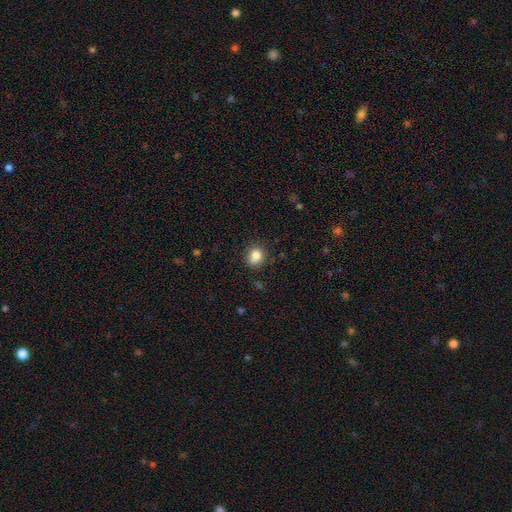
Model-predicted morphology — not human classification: smooth-or-featured: smooth: 84% | star or artifact: 10% | featured or disk: 6%
  how-rounded: round: 73% | in between: 26% | cigar-shaped: 1%
  merging: none: 83% | minor disturbance: 12% | major disturbance: 3% | merger: 1%